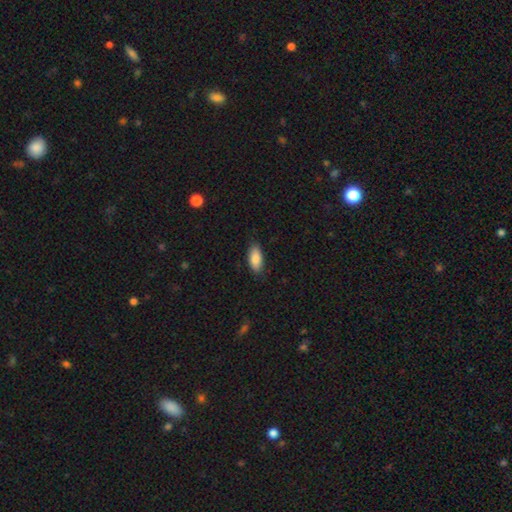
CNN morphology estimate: Smooth or featured? Predicted: smooth (p=0.87). How rounded? Predicted: in between (p=0.89). Merging? Predicted: none (p=0.84).